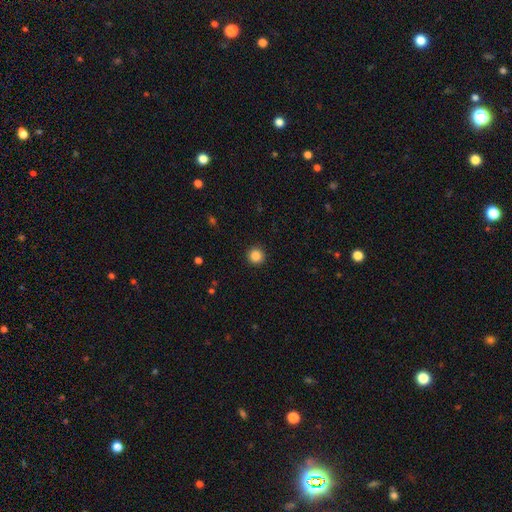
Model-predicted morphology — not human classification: A smooth galaxy with no disk features (86%) that is round (95%). Merging: none (92%).